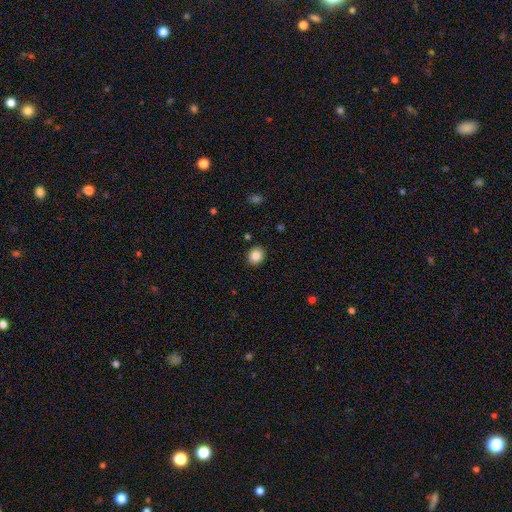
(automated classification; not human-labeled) A smooth galaxy with no disk features (85%) that is round (70%).

Vote fractions:
- Smooth or featured? smooth: 85% / star or artifact: 9% / featured or disk: 6%
- How rounded? round: 70% / in between: 29% / cigar-shaped: 1%
- Merging? none: 90% / minor disturbance: 7% / major disturbance: 2% / merger: 1%